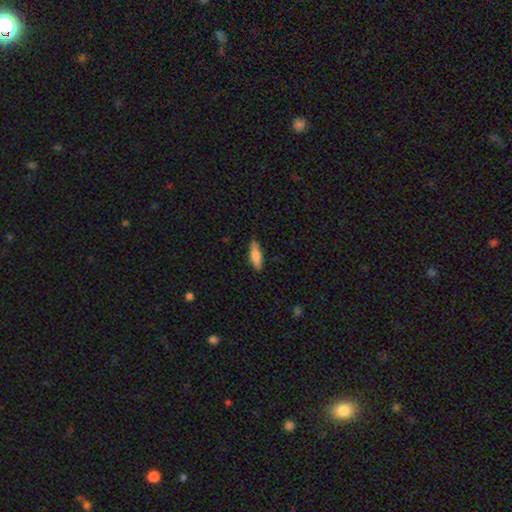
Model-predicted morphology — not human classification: The model was most divided on "how rounded": cigar-shaped: 52%, in between: 46%, round: 2%. More confident: merging — none (84%); smooth or featured — smooth (79%).